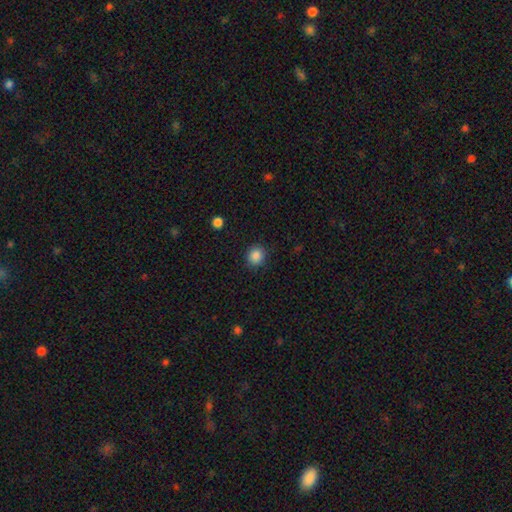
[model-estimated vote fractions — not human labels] Smooth or featured: smooth — 87% (star or artifact — 10%)
How rounded: round — 86% (in between — 13%)
Merging: none — 88% (minor disturbance — 8%)